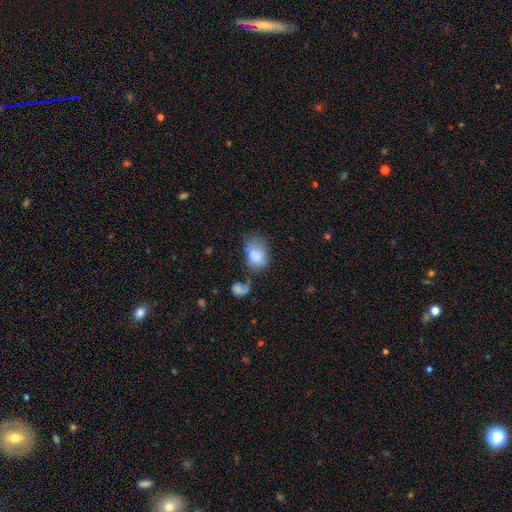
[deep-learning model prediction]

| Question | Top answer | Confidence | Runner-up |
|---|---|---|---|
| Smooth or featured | smooth | 76% | featured or disk (15%) |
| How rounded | in between | 77% | round (22%) |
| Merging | none | 33% | minor disturbance (25%) |